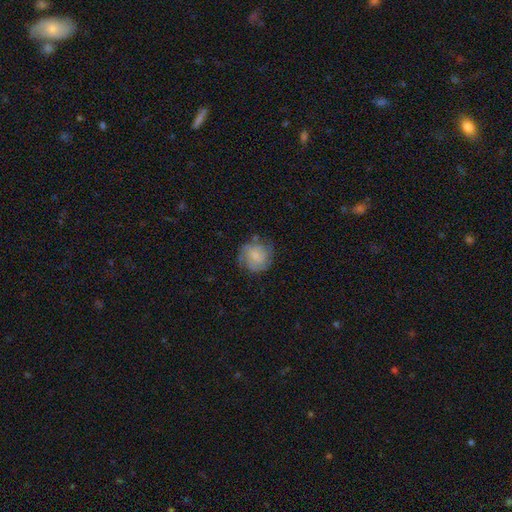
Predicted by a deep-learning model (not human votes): Overall: featured or disk (53%; smooth 40%). Edge-on disk: no (98%). Bar: no (69%). Spiral arms: yes (85%). Bulge size: small (62%; moderate 23%). Merging: none (68%).